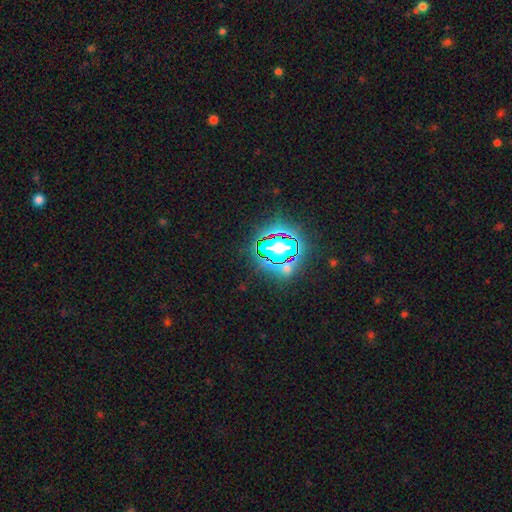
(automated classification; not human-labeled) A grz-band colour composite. It shows a star or artifact, not a galaxy (84%).